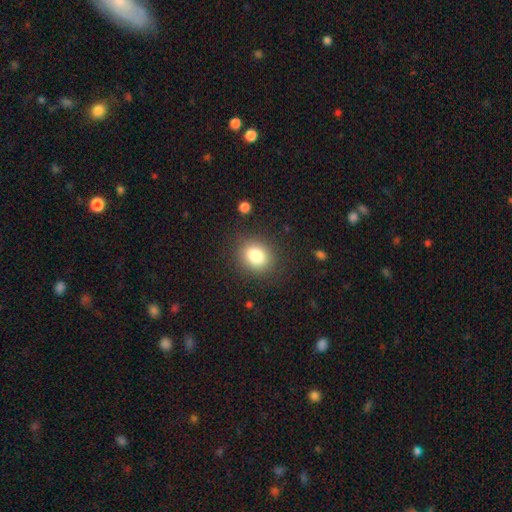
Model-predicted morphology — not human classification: smooth_or_featured: smooth (p=0.83) [alt: star or artifact p=0.10]
how_rounded: round (p=0.63) [alt: in between p=0.36]
merging: none (p=0.85) [alt: minor disturbance p=0.09]